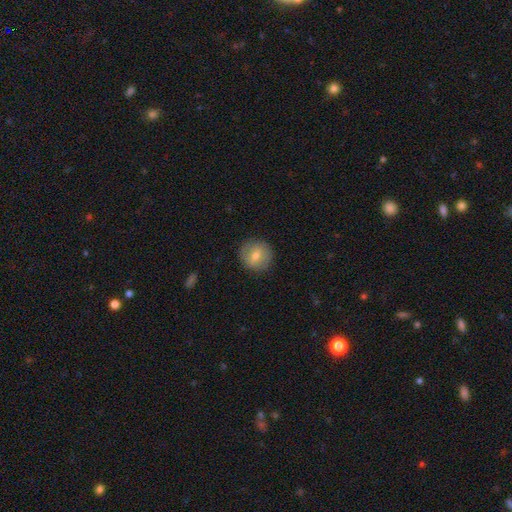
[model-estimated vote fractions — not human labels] Overall: smooth (68%). How rounded: round (92%). Merging: none (88%).